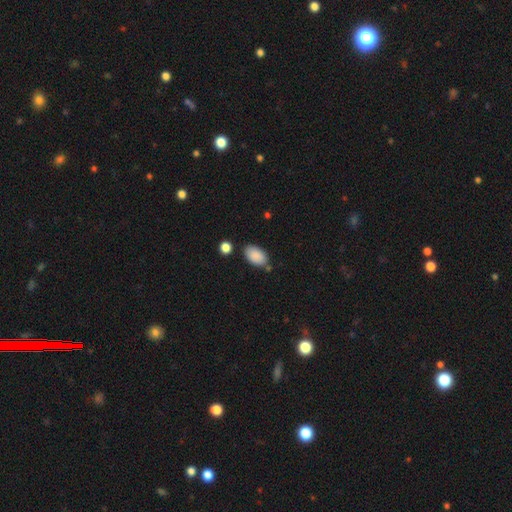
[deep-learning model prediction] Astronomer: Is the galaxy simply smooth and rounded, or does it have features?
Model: smooth — 89%.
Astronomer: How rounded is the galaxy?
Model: in between — 93%.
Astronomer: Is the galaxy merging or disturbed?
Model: none — 74%.